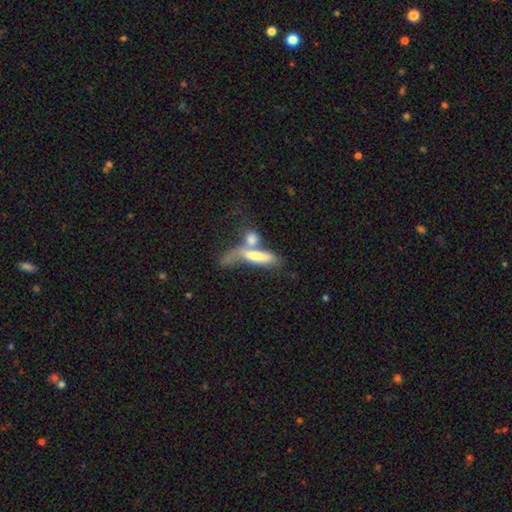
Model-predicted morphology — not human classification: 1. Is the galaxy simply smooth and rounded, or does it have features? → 57% smooth, 34% featured or disk, 9% star or artifact.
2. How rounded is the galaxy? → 62% cigar-shaped, 34% in between, 4% round.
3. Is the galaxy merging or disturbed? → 55% merger, 20% none, 15% major disturbance, 11% minor disturbance.